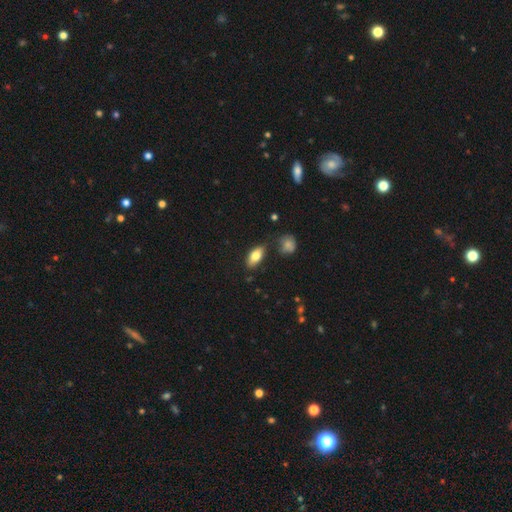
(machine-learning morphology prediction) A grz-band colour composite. It shows a smooth galaxy with no disk features (78%) that is in between round and cigar-shaped (87%). Merging: none (77%).